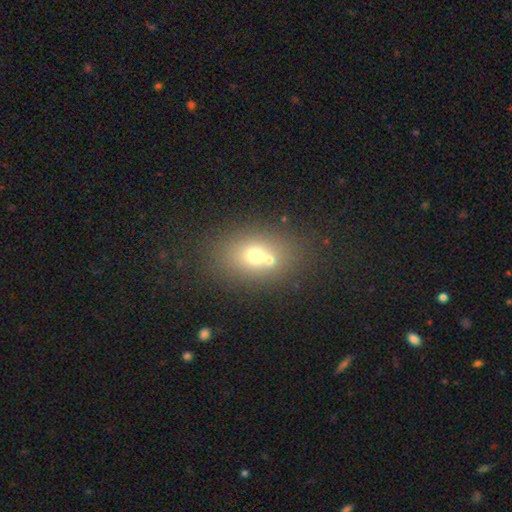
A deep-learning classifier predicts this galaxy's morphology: smooth 64%, featured or disk 21%, star or artifact 15%. Down the decision tree: how rounded — in between (59%); merging — none (47%).